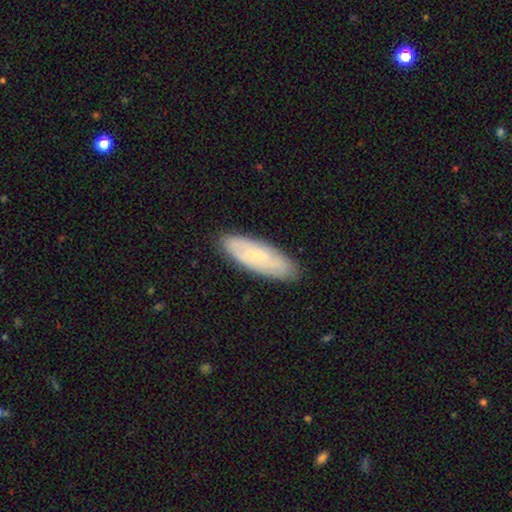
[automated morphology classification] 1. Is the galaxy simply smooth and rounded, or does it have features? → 57% smooth, 37% featured or disk, 6% star or artifact.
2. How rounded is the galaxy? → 57% in between, 41% cigar-shaped, 2% round.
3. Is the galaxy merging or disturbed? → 86% none, 11% minor disturbance, 2% major disturbance, 1% merger.